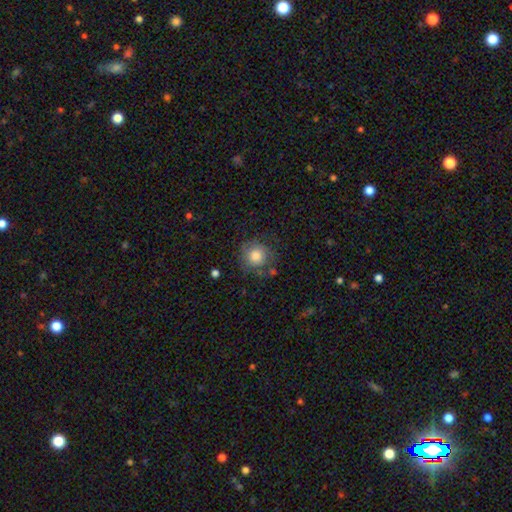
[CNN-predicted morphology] Smooth or featured? smooth (78%)
How rounded? round (92%)
Merging? none (69%)